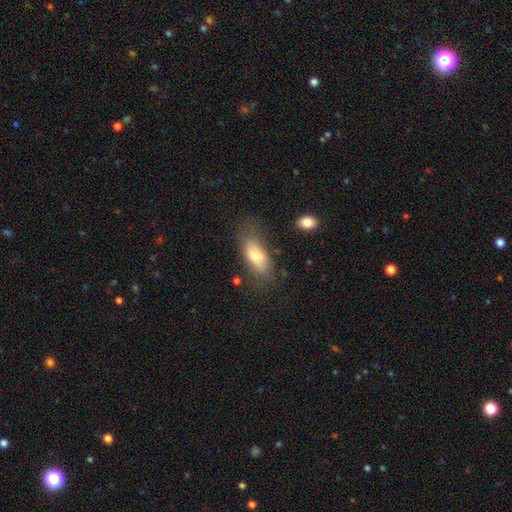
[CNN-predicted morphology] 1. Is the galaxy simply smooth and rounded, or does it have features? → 75% smooth, 17% featured or disk, 7% star or artifact.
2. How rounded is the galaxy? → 78% in between, 19% cigar-shaped, 3% round.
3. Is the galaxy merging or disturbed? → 56% none, 26% minor disturbance, 15% major disturbance, 4% merger.